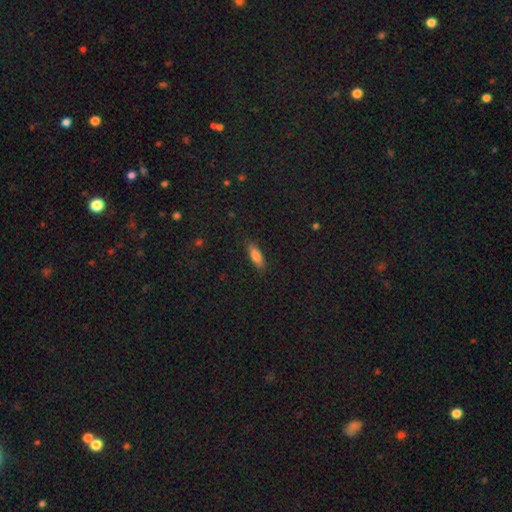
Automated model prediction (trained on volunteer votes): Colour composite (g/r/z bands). It shows a smooth galaxy with no disk features (82%) that is in between round and cigar-shaped (63%). Merging: none (86%).